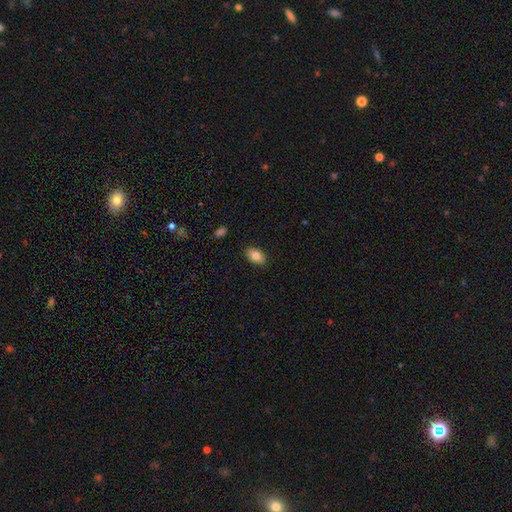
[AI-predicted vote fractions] smooth 78%, featured or disk 14%, star or artifact 7%. Down the decision tree: how rounded — in between (89%); merging — none (87%).